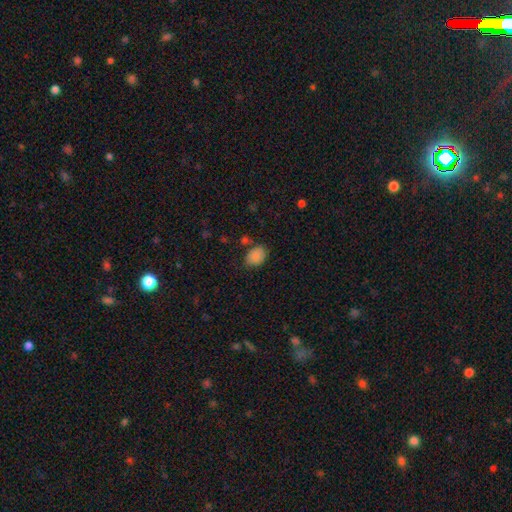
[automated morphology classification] Smooth or featured? smooth (87%)
How rounded? in between (73%)
Merging? none (71%)